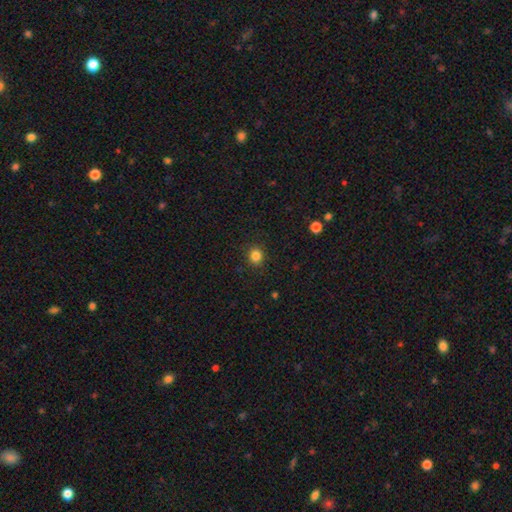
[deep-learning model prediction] Smooth or featured: smooth — 84% (star or artifact — 12%)
How rounded: round — 78% (in between — 21%)
Merging: none — 90% (minor disturbance — 7%)